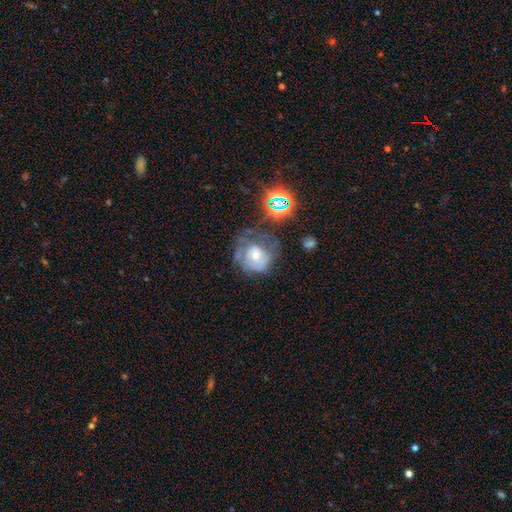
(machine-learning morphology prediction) featured or disk 50%, smooth 34%, star or artifact 16%. Down the decision tree: merging — none (40%).